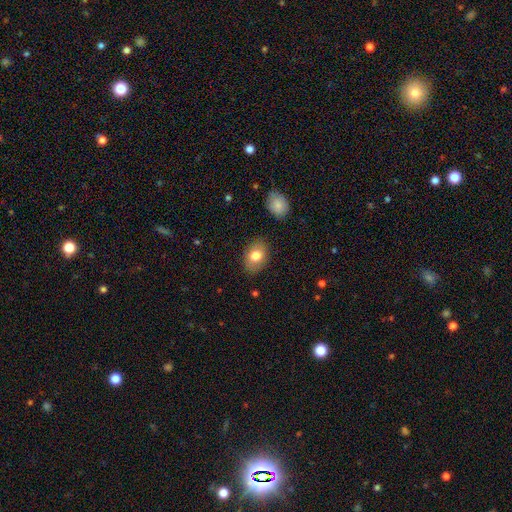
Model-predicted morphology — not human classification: Smooth or featured: smooth — 79% (featured or disk — 13%)
How rounded: in between — 78% (round — 21%)
Merging: none — 86% (minor disturbance — 10%)